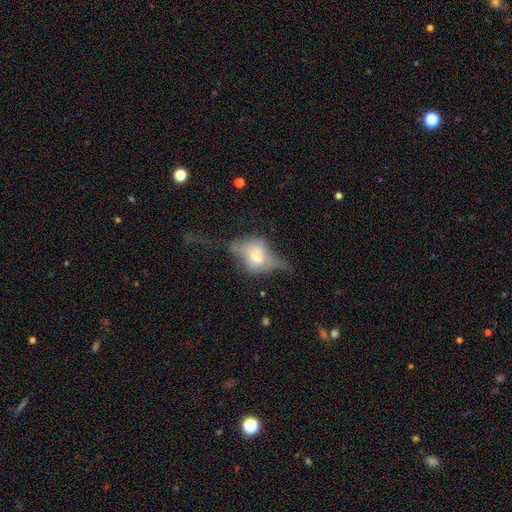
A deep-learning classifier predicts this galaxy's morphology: type=featured or disk (53%); edge-on=yes (66%); merging=none (39%).